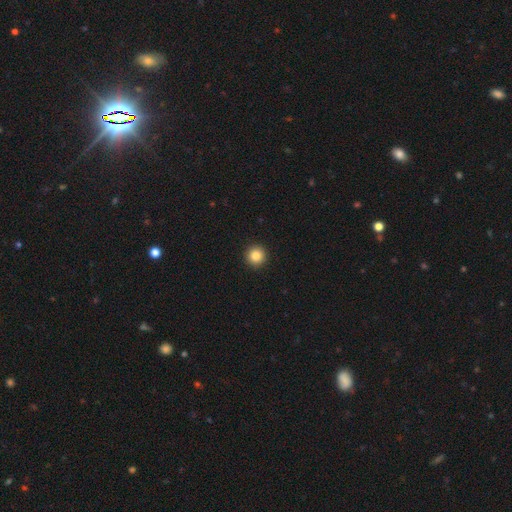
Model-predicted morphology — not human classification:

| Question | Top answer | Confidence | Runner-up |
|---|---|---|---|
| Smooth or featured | smooth | 85% | star or artifact (11%) |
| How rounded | round | 96% | in between (3%) |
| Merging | none | 94% | minor disturbance (4%) |